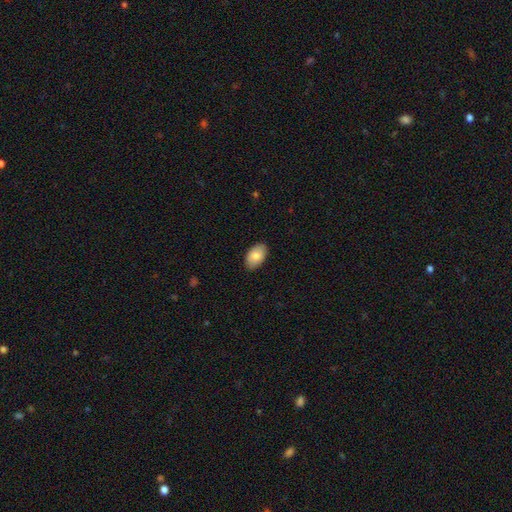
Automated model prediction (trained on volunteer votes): smooth_or_featured: smooth (p=0.82) [alt: featured or disk p=0.12]
how_rounded: in between (p=0.93) [alt: round p=0.06]
merging: none (p=0.87) [alt: minor disturbance p=0.11]